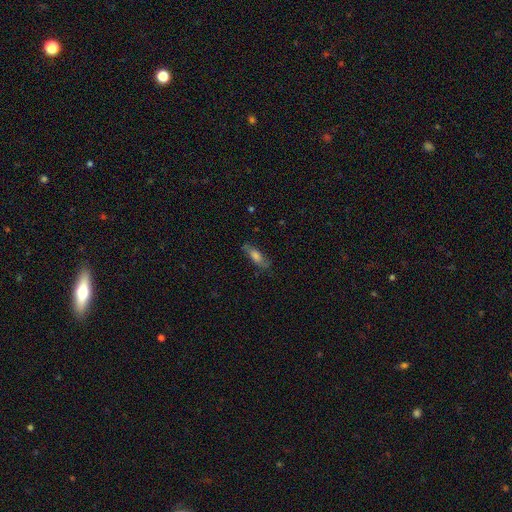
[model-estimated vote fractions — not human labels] Smooth or featured?
  - smooth: 57% *
  - featured or disk: 33%
  - star or artifact: 9%
How rounded?
  - cigar-shaped: 52% *
  - in between: 45%
  - round: 3%
Merging?
  - none: 74% *
  - minor disturbance: 19%
  - major disturbance: 6%
  - merger: 2%